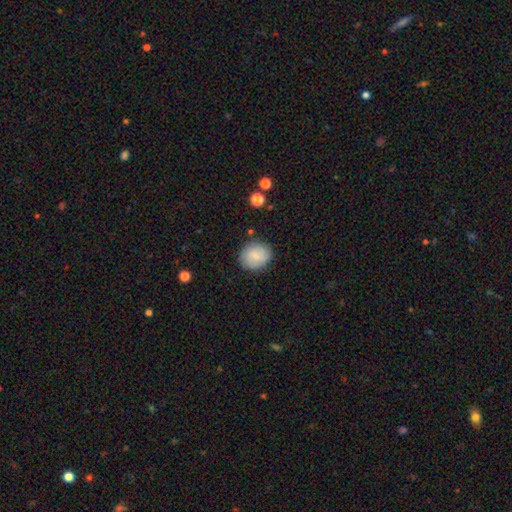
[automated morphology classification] This is likely a smooth galaxy (76%). How rounded: likely round (70%). Merging: clearly none (83%).